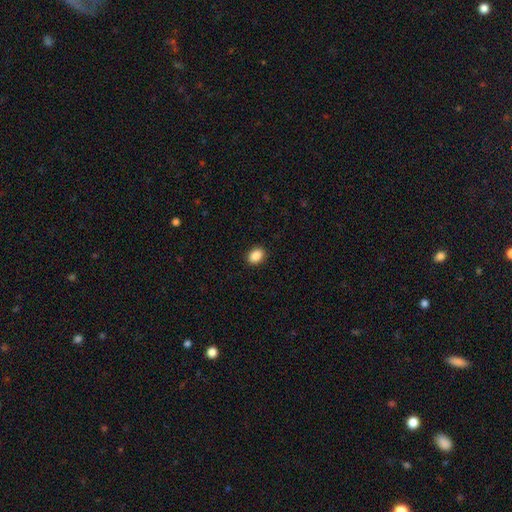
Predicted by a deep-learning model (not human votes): smooth 89%, star or artifact 8%, featured or disk 3%. Down the decision tree: how rounded — in between (68%); merging — none (90%).